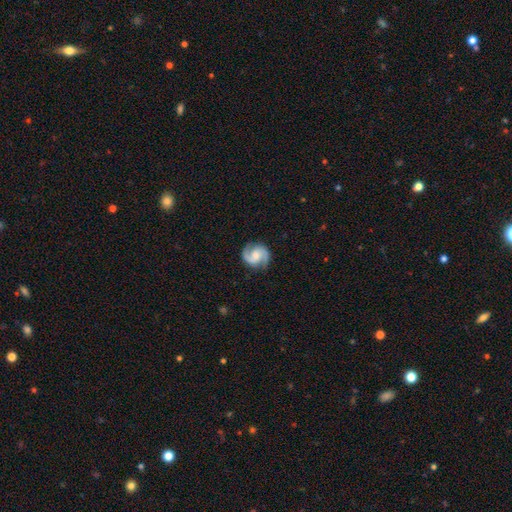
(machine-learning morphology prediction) Smooth or featured? Predicted: featured or disk (p=0.86). Edge-on disk? Predicted: no (p=0.98). Bar? Predicted: no (p=0.49). Spiral arms? Predicted: yes (p=0.98). Spiral winding? Predicted: medium (p=0.55). Spiral arm count? Predicted: 2 (p=0.93). Bulge size? Predicted: moderate (p=0.52). Merging? Predicted: none (p=0.85).